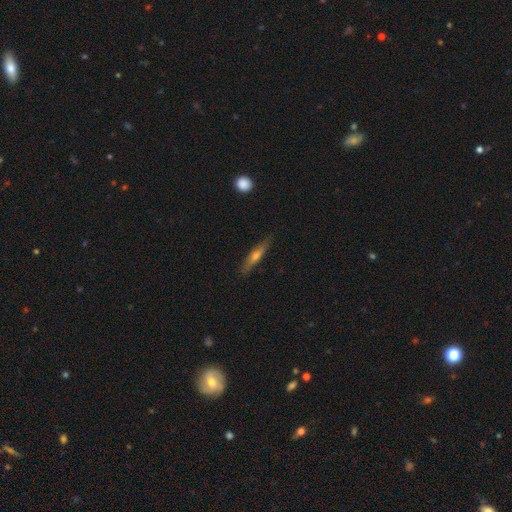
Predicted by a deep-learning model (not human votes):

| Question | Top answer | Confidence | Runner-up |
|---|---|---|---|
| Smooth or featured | featured or disk | 49% | smooth (45%) |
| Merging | none | 85% | minor disturbance (11%) |